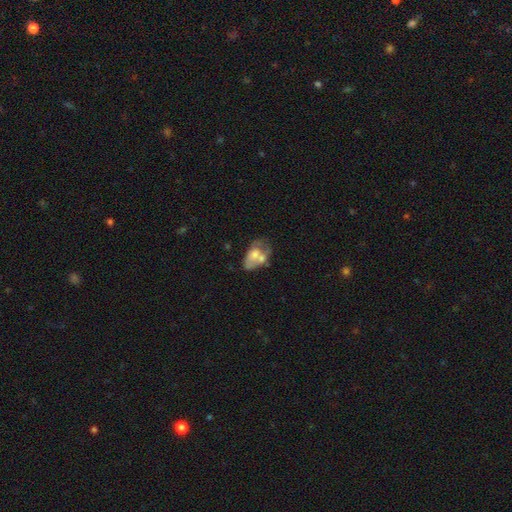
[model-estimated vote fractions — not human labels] The model was most divided on "smooth or featured": smooth: 49%, featured or disk: 44%, star or artifact: 8%. Remaining: merging — merger (41%).